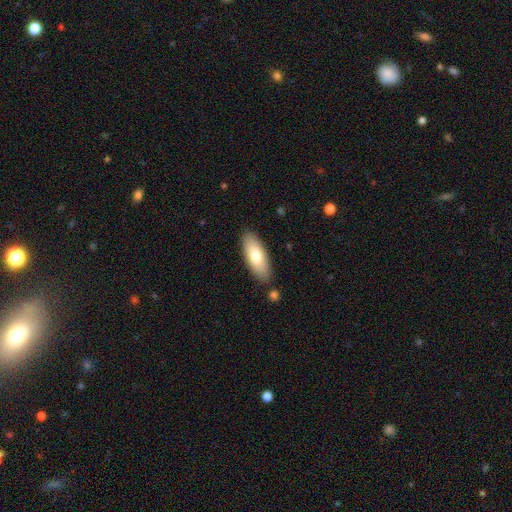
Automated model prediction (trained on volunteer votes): smooth_or_featured: smooth (p=0.76) [alt: featured or disk p=0.18]
how_rounded: in between (p=0.74) [alt: cigar-shaped p=0.24]
merging: none (p=0.85) [alt: minor disturbance p=0.10]